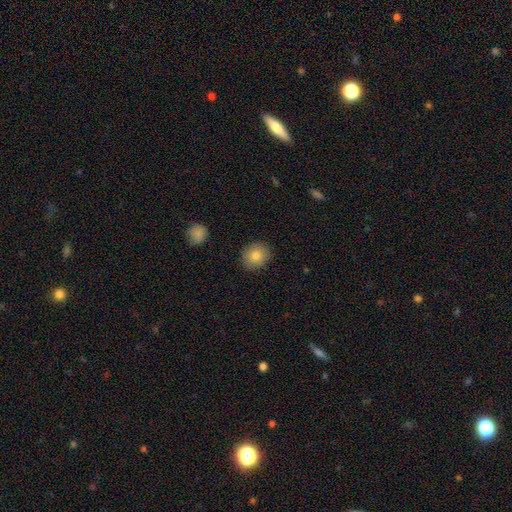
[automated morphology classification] This is clearly a smooth galaxy (82%). How rounded: likely round (80%). Merging: clearly none (90%).